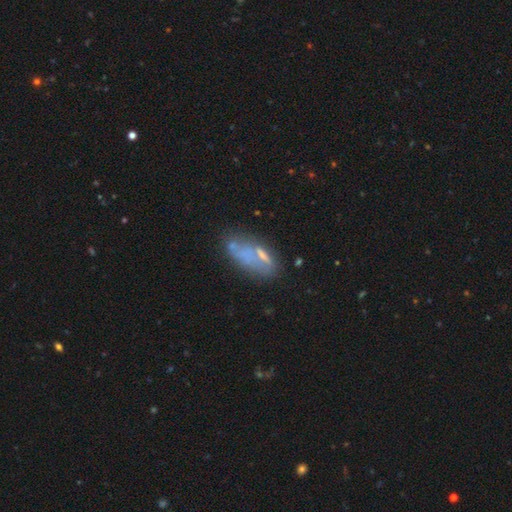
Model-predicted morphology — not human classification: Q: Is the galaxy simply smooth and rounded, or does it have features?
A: featured or disk — 44%.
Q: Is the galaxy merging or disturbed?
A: none — 45%.